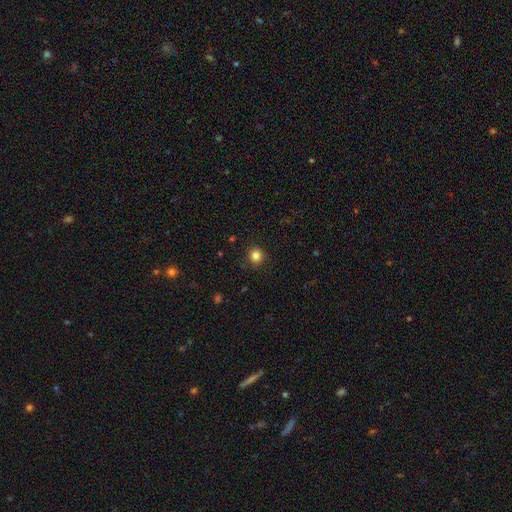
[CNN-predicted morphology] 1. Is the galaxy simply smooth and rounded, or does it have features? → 84% smooth, 12% star or artifact, 4% featured or disk.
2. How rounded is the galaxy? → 92% round, 7% in between, 1% cigar-shaped.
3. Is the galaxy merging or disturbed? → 90% none, 7% minor disturbance, 2% major disturbance, 1% merger.